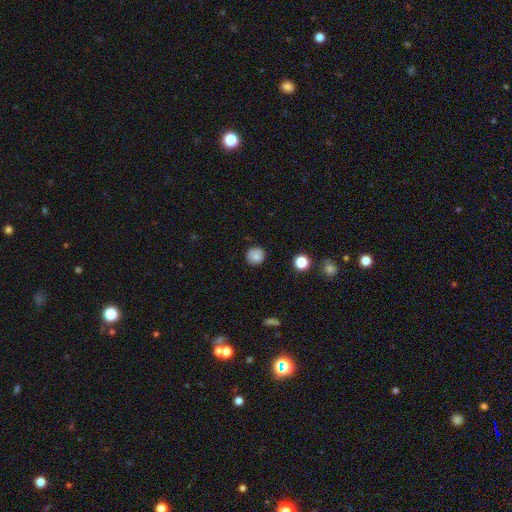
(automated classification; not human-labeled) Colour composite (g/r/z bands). It shows a smooth galaxy with no disk features (81%) that is round (93%). Merging: none (87%).